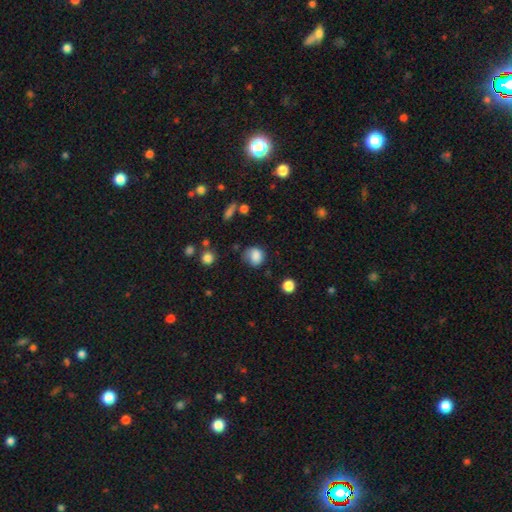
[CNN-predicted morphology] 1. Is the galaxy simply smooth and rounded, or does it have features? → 82% smooth, 10% star or artifact, 8% featured or disk.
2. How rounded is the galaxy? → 71% round, 28% in between, 1% cigar-shaped.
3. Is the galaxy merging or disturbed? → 58% none, 28% minor disturbance, 11% major disturbance, 3% merger.